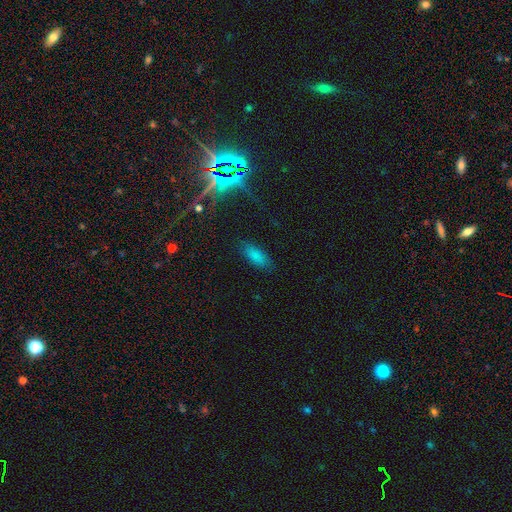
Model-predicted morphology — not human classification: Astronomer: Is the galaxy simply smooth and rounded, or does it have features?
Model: smooth — 82%.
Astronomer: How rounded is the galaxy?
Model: in between — 79%.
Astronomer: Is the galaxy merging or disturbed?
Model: none — 85%.